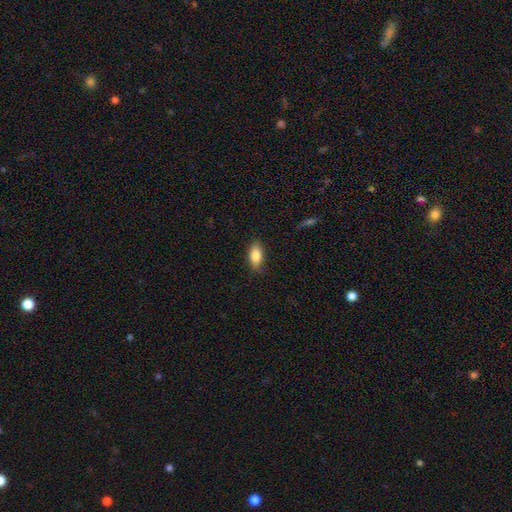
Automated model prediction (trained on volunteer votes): Overall: smooth (85%). How rounded: in between (90%). Merging: none (84%).